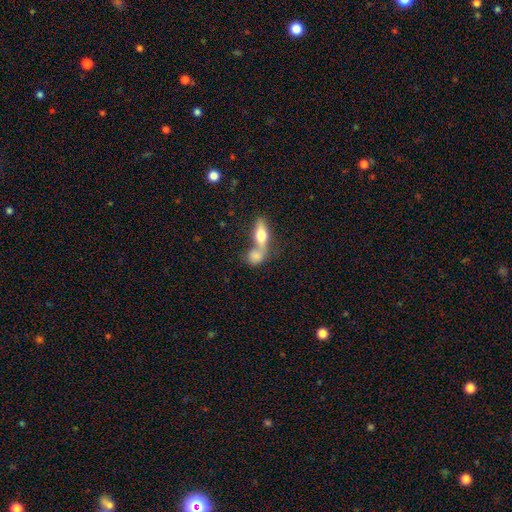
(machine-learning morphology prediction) The model was most divided on "how rounded": in between: 59%, round: 26%, cigar-shaped: 16%. More confident: smooth or featured — smooth (71%); merging — merger (63%).